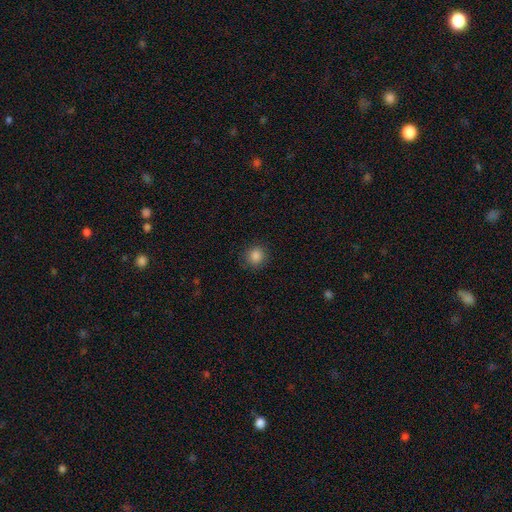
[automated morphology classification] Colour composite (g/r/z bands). It shows a smooth galaxy with no disk features (86%) that is round (90%). Merging: none (89%).